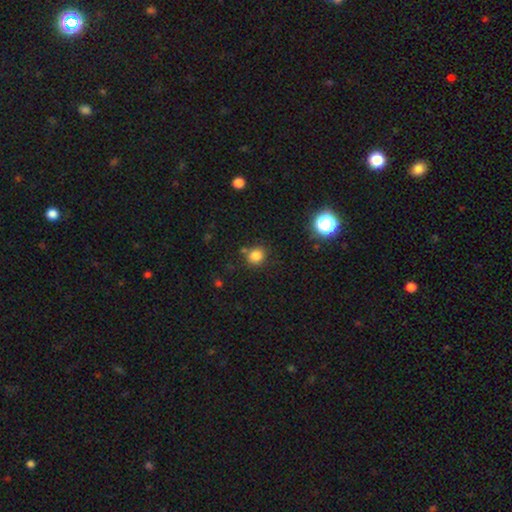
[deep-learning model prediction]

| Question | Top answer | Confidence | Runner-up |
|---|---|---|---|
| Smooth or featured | smooth | 81% | star or artifact (14%) |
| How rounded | round | 84% | in between (15%) |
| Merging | none | 76% | minor disturbance (12%) |